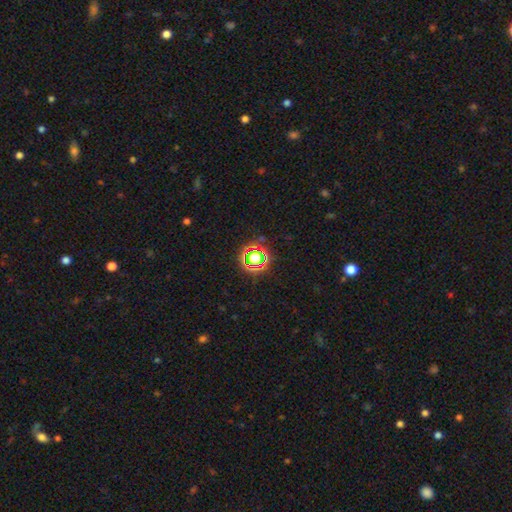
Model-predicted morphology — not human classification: This appears to be a star or artifact, not a galaxy (54%).